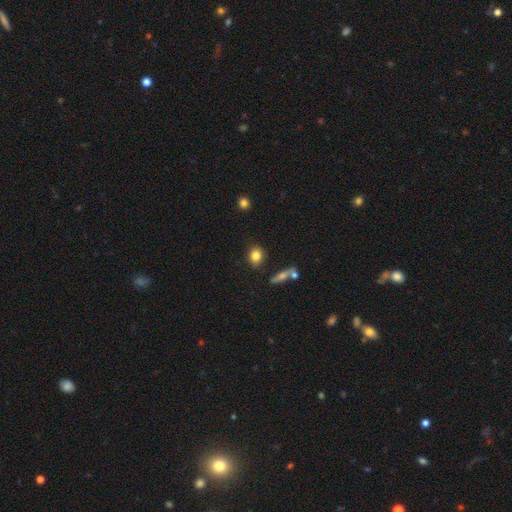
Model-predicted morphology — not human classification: This is clearly a smooth galaxy (82%). How rounded: possibly round (56%). Merging: likely none (79%).